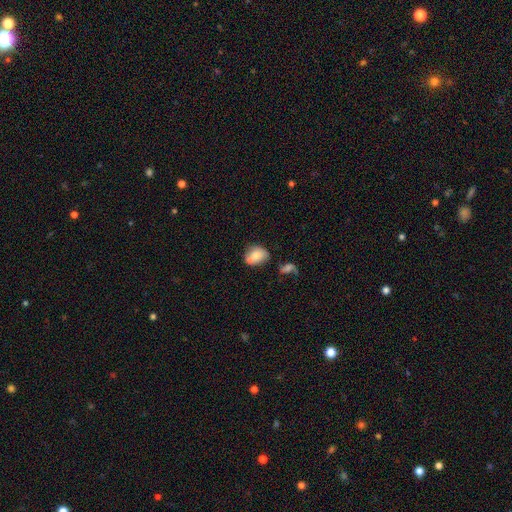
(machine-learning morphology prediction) smooth_or_featured: smooth (p=0.75) [alt: featured or disk p=0.16]
how_rounded: in between (p=0.60) [alt: round p=0.38]
merging: none (p=0.43) [alt: merger p=0.25]